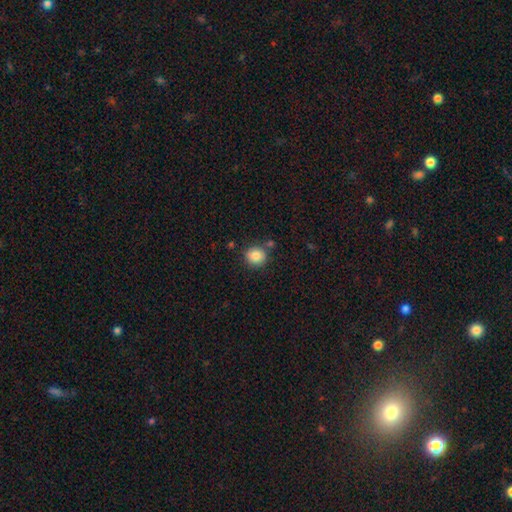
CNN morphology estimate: A smooth galaxy with no disk features (85%) that is round (87%). Merging: none (80%).